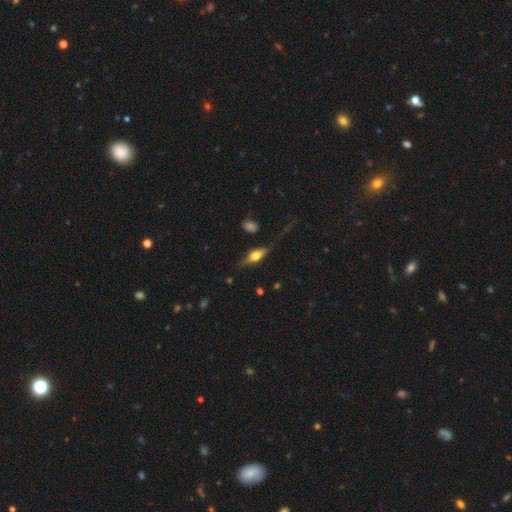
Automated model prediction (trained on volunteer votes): Smooth or featured: featured or disk — 55% (smooth — 37%)
Edge-on disk: yes — 91% (no — 9%)
Edge-on bulge: rounded — 93% (boxy — 6%)
Merging: none — 74% (minor disturbance — 17%)